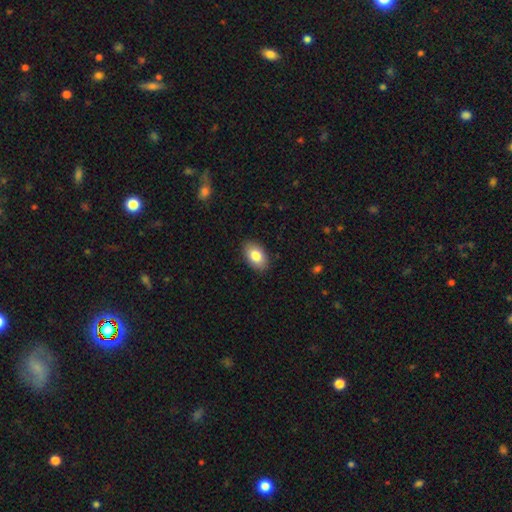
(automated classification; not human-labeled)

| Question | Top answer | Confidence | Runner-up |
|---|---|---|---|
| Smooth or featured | smooth | 83% | featured or disk (10%) |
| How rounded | in between | 91% | round (8%) |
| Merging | none | 89% | minor disturbance (8%) |